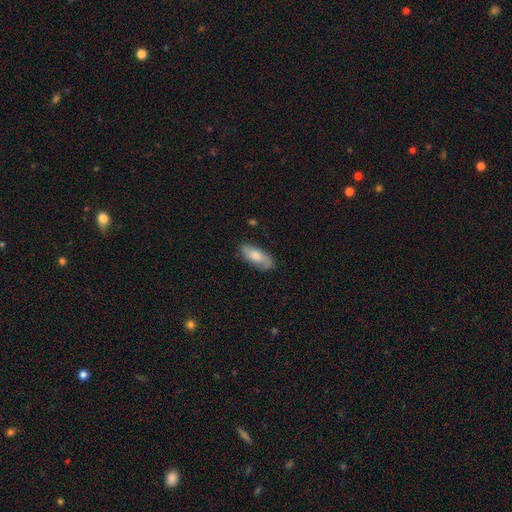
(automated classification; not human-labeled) Morphology: type=smooth (71%); roundness=in between (76%); merging=none (79%).